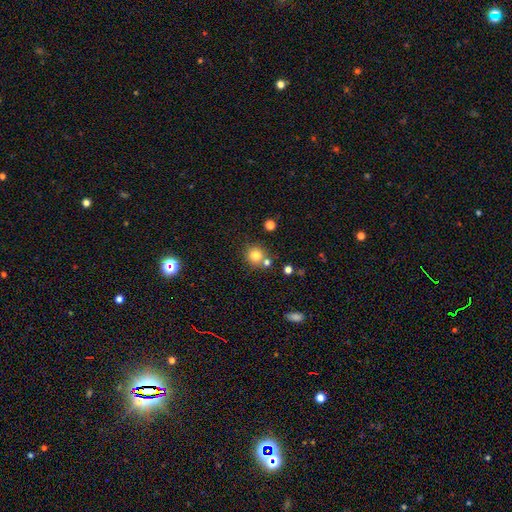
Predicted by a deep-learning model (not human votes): This is likely a smooth galaxy (79%). How rounded: clearly round (91%). Merging: likely none (69%).